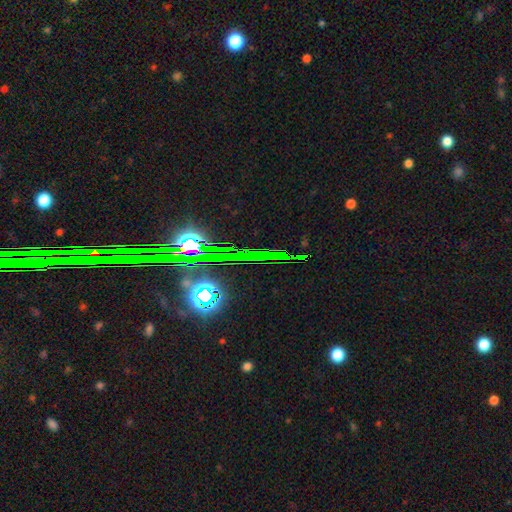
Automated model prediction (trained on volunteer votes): smooth-or-featured: star or artifact: 72% | featured or disk: 15% | smooth: 13%